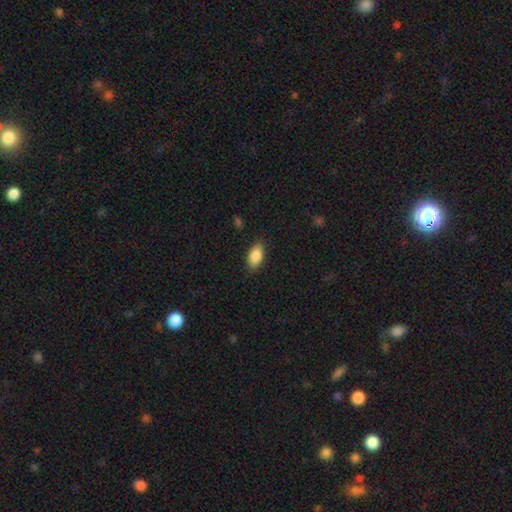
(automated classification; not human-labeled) Smooth or featured?
  - smooth: 87% *
  - star or artifact: 7%
  - featured or disk: 6%
How rounded?
  - in between: 91% *
  - cigar-shaped: 5%
  - round: 4%
Merging?
  - none: 86% *
  - minor disturbance: 11%
  - major disturbance: 2%
  - merger: 1%